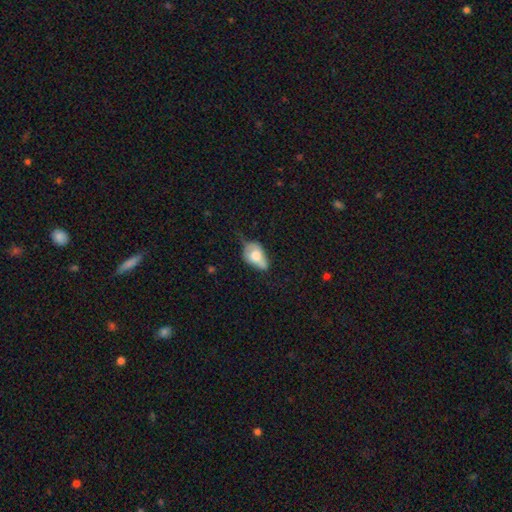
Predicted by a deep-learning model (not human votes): A smooth galaxy with no disk features (63%) that is in between round and cigar-shaped (84%). Merging: minor disturbance (39%).